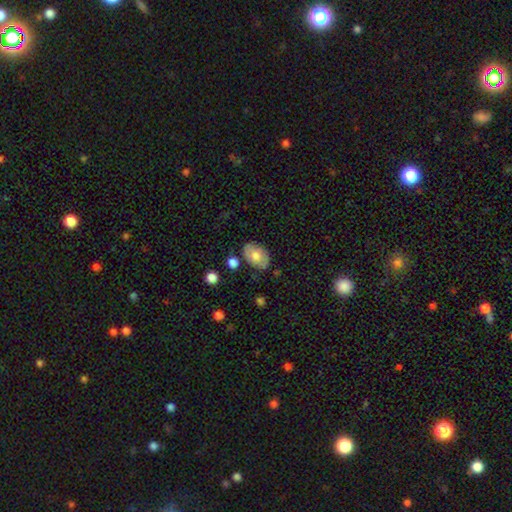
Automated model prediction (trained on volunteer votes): This appears to be a smooth galaxy with no disk features (64%) that is in between round and cigar-shaped (86%). Merging: none (76%).